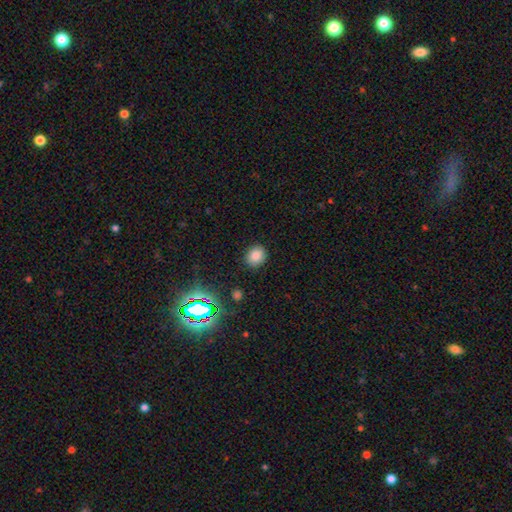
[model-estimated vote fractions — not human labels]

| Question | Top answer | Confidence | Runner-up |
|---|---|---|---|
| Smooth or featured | smooth | 81% | star or artifact (14%) |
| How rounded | round | 58% | in between (41%) |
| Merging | none | 87% | minor disturbance (9%) |